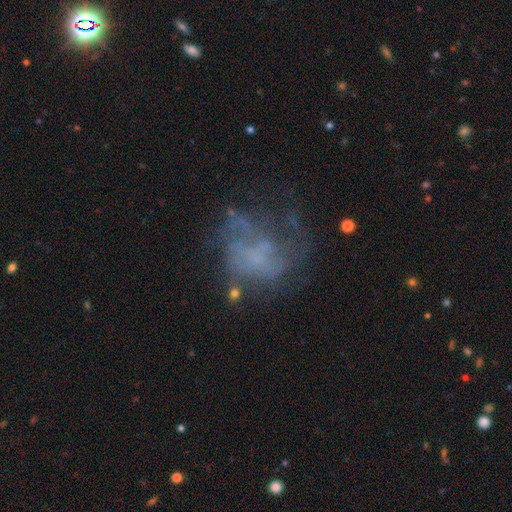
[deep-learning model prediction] Smooth or featured?
  - featured or disk: 59% *
  - smooth: 23%
  - star or artifact: 18%
Edge-on disk?
  - no: 98% *
  - yes: 2%
Bar?
  - no: 85% *
  - weak: 13%
  - strong: 2%
Spiral arms?
  - no: 61% *
  - yes: 39%
Bulge size?
  - none: 68% *
  - small: 19%
  - moderate: 9%
  - large: 2%
  - dominant: 1%
Merging?
  - none: 43% *
  - major disturbance: 34%
  - minor disturbance: 19%
  - merger: 4%